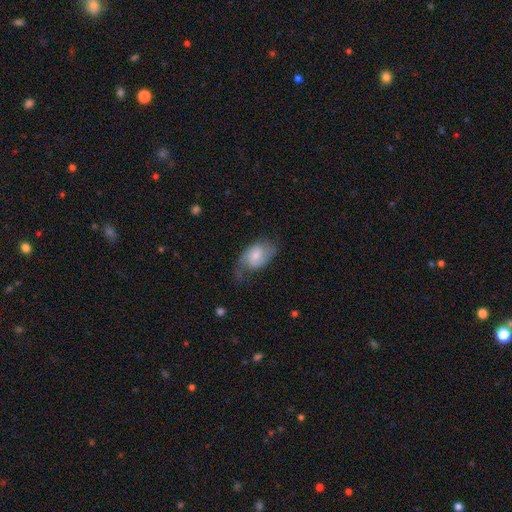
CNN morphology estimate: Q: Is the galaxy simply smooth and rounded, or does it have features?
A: featured or disk — 51%.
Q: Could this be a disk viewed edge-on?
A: no — 96%.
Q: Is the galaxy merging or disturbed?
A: none — 43%.